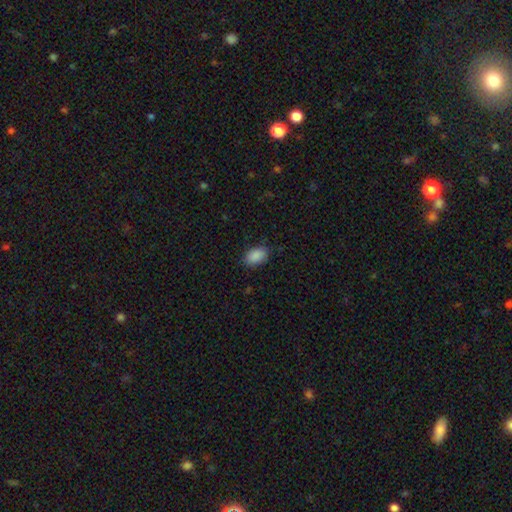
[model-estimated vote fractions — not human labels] Smooth or featured: smooth — 89% (star or artifact — 7%)
How rounded: in between — 88% (round — 11%)
Merging: none — 83% (minor disturbance — 13%)